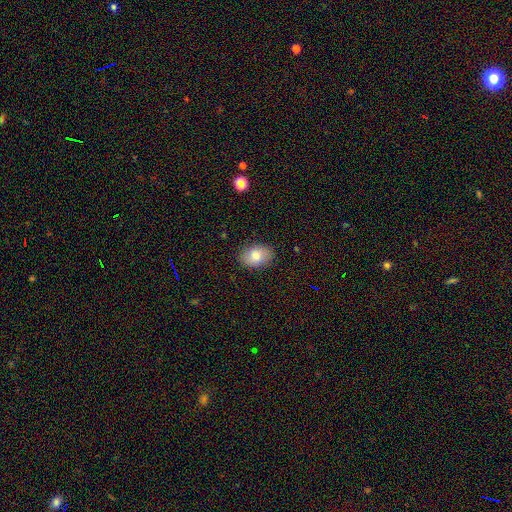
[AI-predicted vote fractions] Smooth or featured? Predicted: smooth (p=0.81). How rounded? Predicted: in between (p=0.83). Merging? Predicted: none (p=0.86).